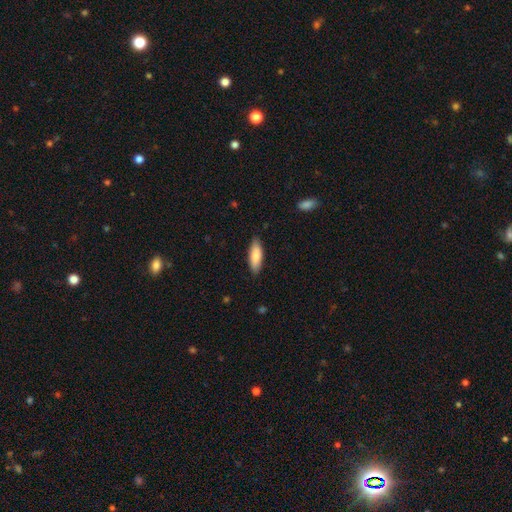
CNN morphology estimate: Smooth or featured? Predicted: smooth (p=0.85). How rounded? Predicted: in between (p=0.64). Merging? Predicted: none (p=0.85).